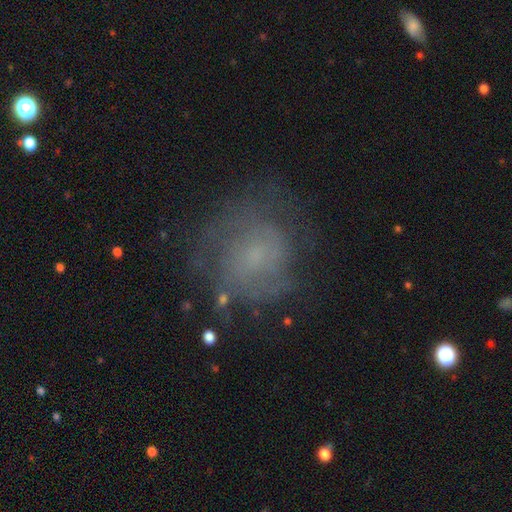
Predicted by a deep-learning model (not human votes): A featured or disk galaxy (48%). Merging: none (66%).